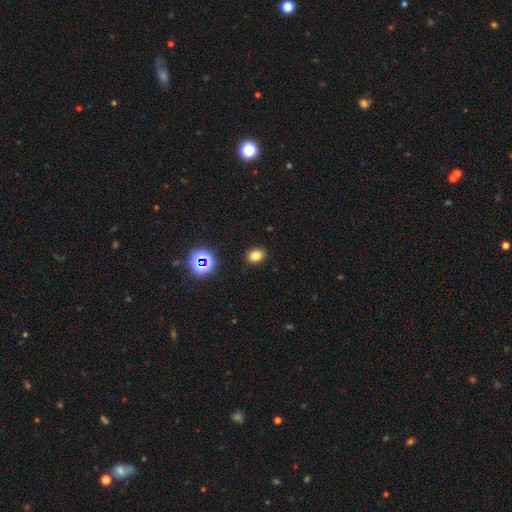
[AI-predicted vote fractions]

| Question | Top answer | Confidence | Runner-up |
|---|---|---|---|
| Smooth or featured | smooth | 77% | star or artifact (16%) |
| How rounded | in between | 56% | round (43%) |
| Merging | none | 89% | minor disturbance (7%) |